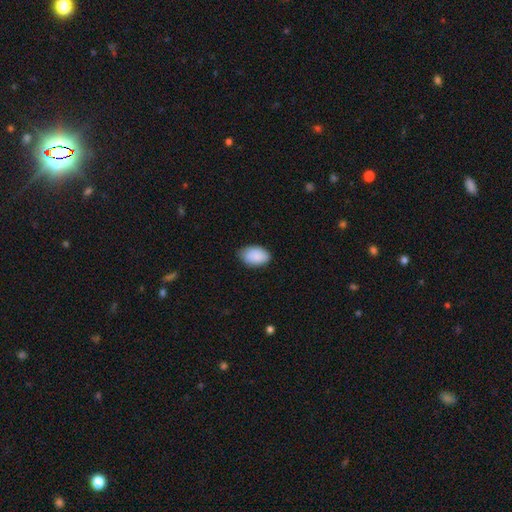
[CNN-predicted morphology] Smooth or featured? smooth (89%)
How rounded? in between (91%)
Merging? none (76%)